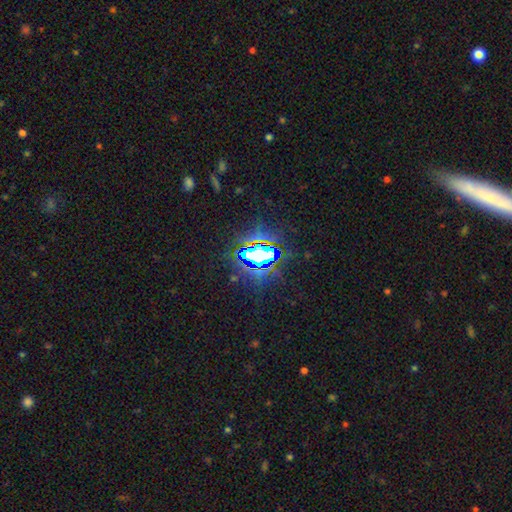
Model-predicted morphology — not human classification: A star or artifact, not a galaxy (76%).